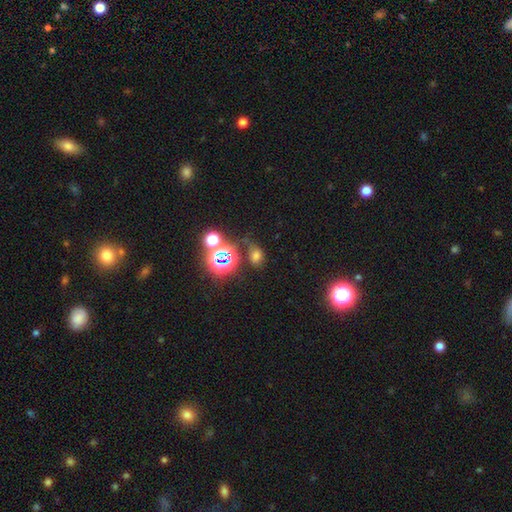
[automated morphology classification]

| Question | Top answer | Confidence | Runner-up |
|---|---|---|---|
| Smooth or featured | smooth | 58% | star or artifact (32%) |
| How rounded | in between | 65% | round (33%) |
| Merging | none | 60% | minor disturbance (20%) |